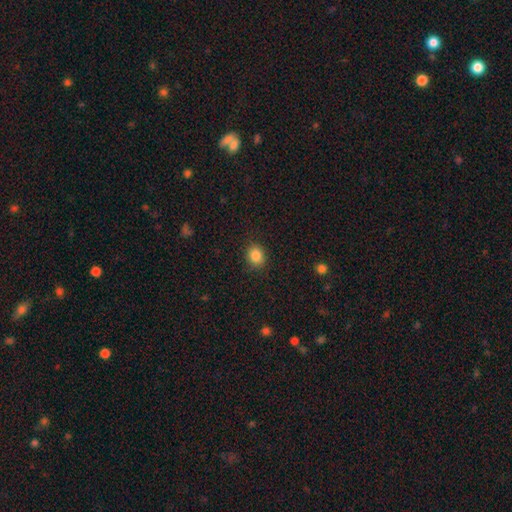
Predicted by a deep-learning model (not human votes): Smooth or featured: smooth — 86% (star or artifact — 10%)
How rounded: round — 68% (in between — 31%)
Merging: none — 88% (minor disturbance — 8%)